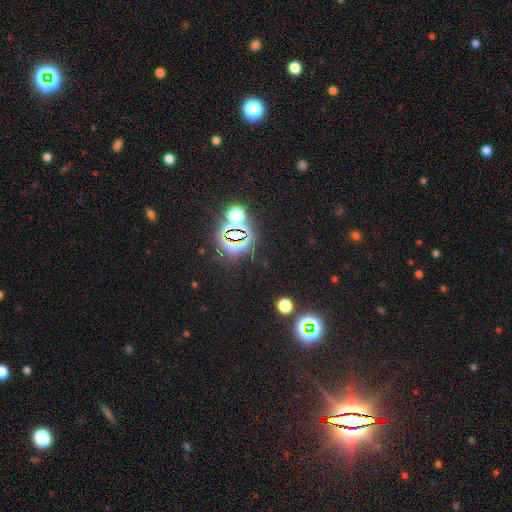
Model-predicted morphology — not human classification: Smooth or featured: star or artifact — 79% (smooth — 13%)